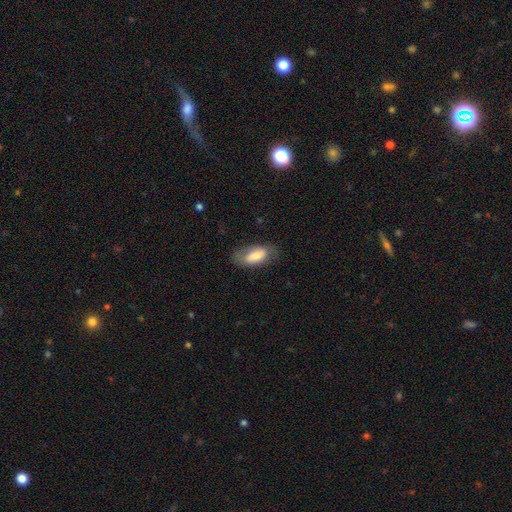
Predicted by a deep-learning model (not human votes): A smooth galaxy with no disk features (74%) that is in between round and cigar-shaped (87%).

Vote fractions:
- Smooth or featured? smooth: 74% / featured or disk: 19% / star or artifact: 6%
- How rounded? in between: 87% / cigar-shaped: 10% / round: 3%
- Merging? none: 71% / minor disturbance: 20% / major disturbance: 7% / merger: 1%